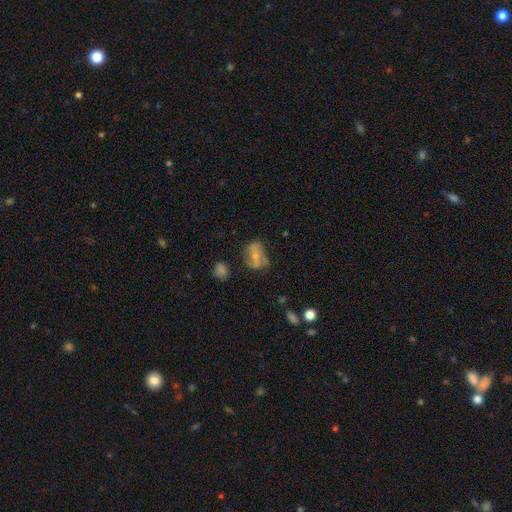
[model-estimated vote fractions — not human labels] Q: Smooth or featured?
A: featured or disk (51%); runner-up: smooth (39%)
Q: Edge-on disk?
A: no (95%); runner-up: yes (5%)
Q: Merging?
A: none (52%); runner-up: minor disturbance (28%)